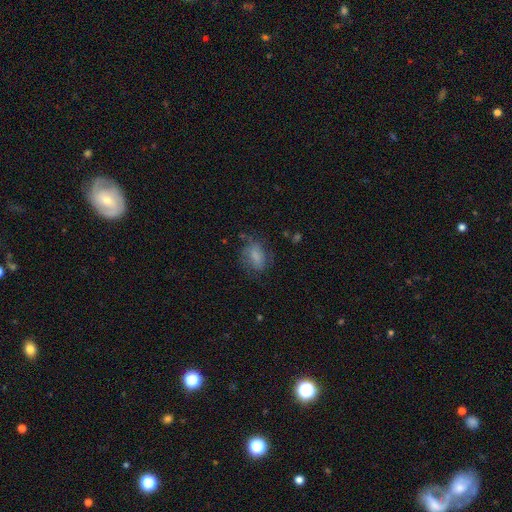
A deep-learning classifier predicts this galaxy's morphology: A smooth galaxy with no disk features (64%) that is in between round and cigar-shaped (73%). Merging: none (57%).